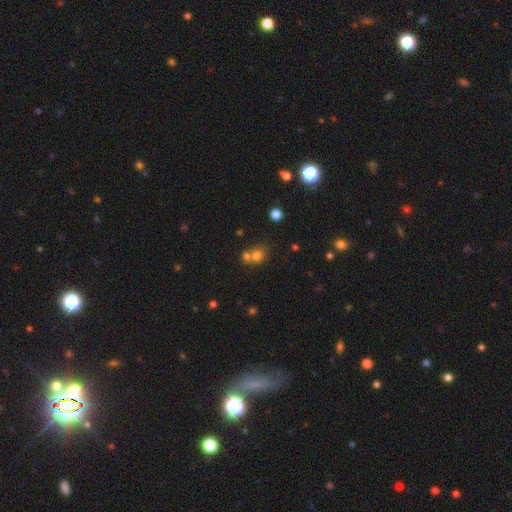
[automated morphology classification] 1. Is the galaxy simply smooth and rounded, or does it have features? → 73% smooth, 17% star or artifact, 11% featured or disk.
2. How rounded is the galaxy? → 75% round, 24% in between, 1% cigar-shaped.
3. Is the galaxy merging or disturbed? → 47% merger, 42% none, 7% minor disturbance, 3% major disturbance.